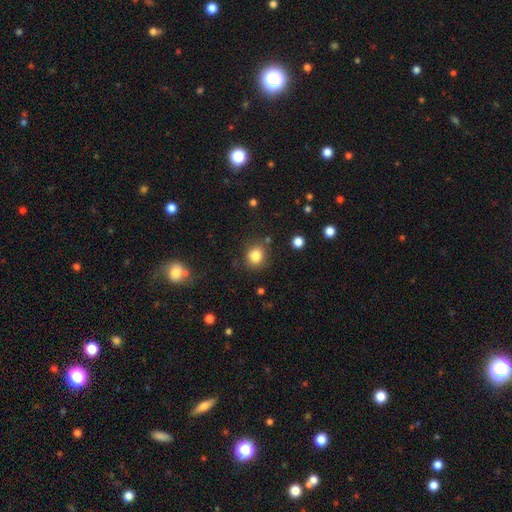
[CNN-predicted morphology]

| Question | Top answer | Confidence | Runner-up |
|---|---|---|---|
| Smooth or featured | smooth | 83% | star or artifact (12%) |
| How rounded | round | 81% | in between (18%) |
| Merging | none | 82% | minor disturbance (10%) |